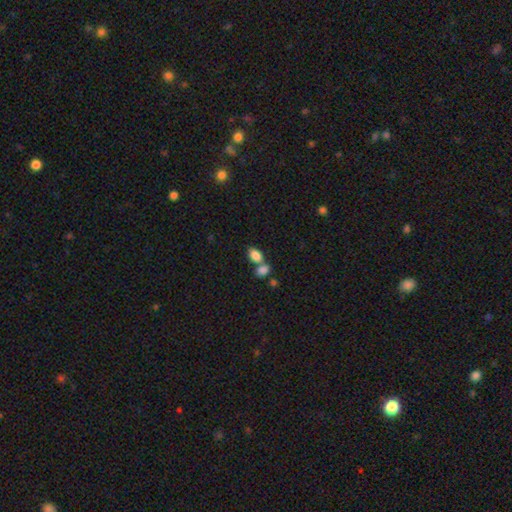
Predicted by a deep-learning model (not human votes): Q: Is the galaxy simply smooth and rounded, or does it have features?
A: smooth — 84%.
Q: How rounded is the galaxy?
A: in between — 89%.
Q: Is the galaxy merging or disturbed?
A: merger — 50%.